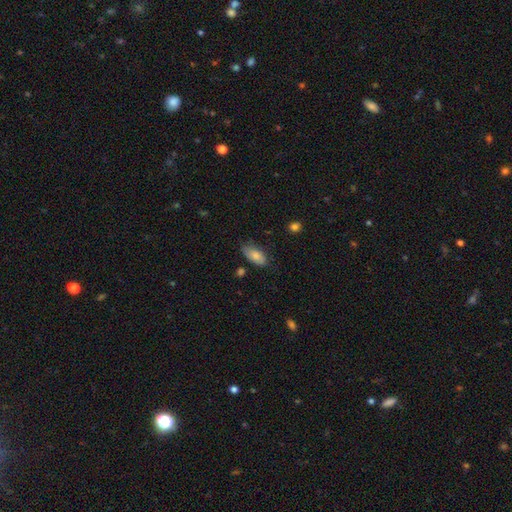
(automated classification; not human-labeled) Smooth or featured? smooth (81%)
How rounded? in between (90%)
Merging? none (72%)